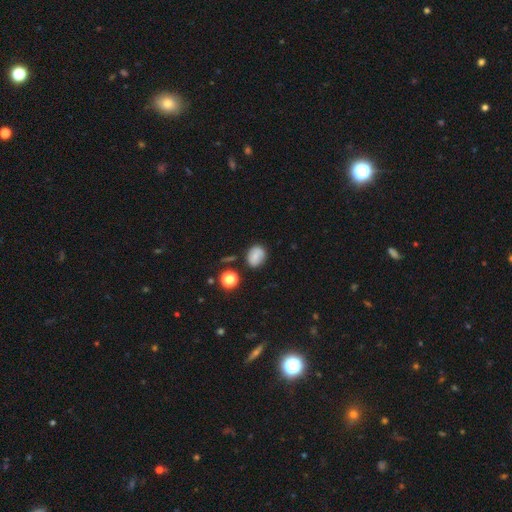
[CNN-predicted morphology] Overall: smooth (76%). How rounded: in between (54%; round 45%). Merging: none (76%).